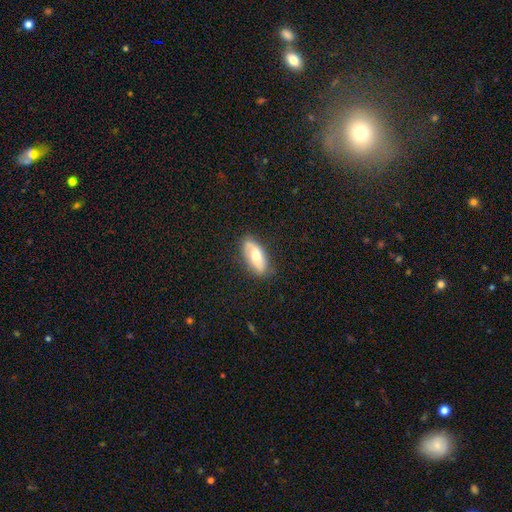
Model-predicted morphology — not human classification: Smooth or featured? smooth (56%)
How rounded? in between (82%)
Merging? none (77%)